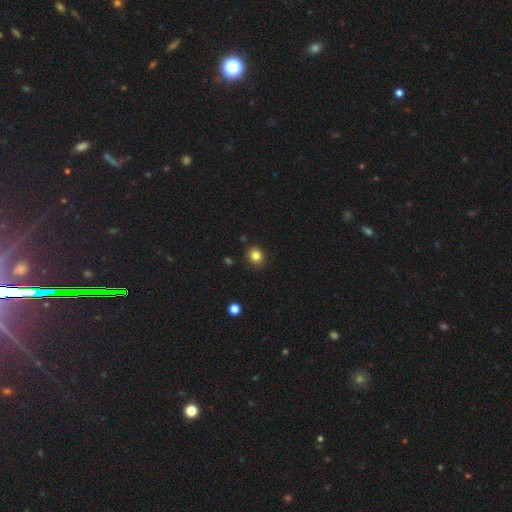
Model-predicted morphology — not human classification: The model was most divided on "how rounded": round: 77%, in between: 23%, cigar-shaped: 1%. More confident: merging — none (88%); smooth or featured — smooth (83%).